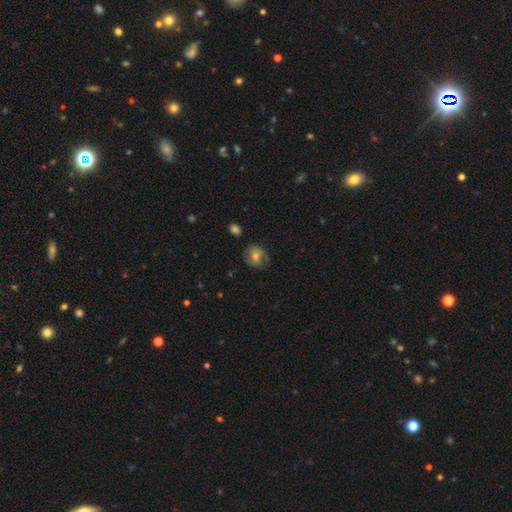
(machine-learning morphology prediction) Smooth or featured: smooth — 55% (featured or disk — 35%)
How rounded: round — 70% (in between — 29%)
Merging: none — 72% (minor disturbance — 19%)